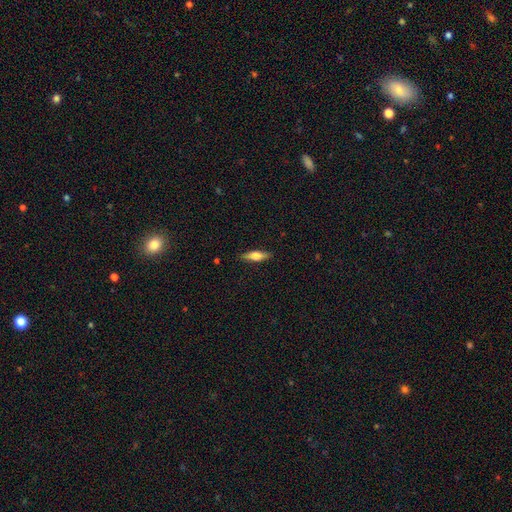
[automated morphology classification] type=smooth (58%); roundness=cigar-shaped (58%); merging=none (88%).